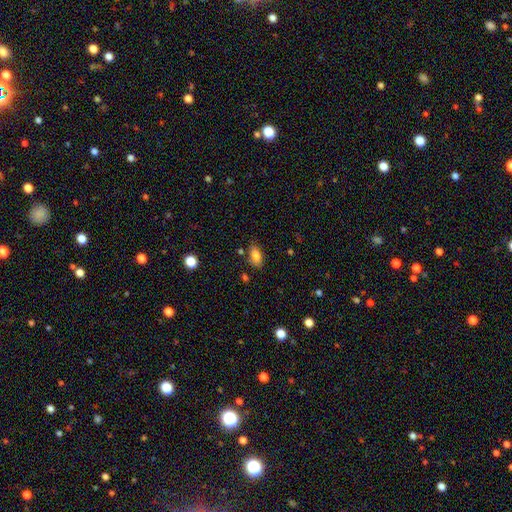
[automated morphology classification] Q: Smooth or featured?
A: smooth (79%); runner-up: featured or disk (12%)
Q: How rounded?
A: in between (89%); runner-up: cigar-shaped (7%)
Q: Merging?
A: none (76%); runner-up: minor disturbance (16%)